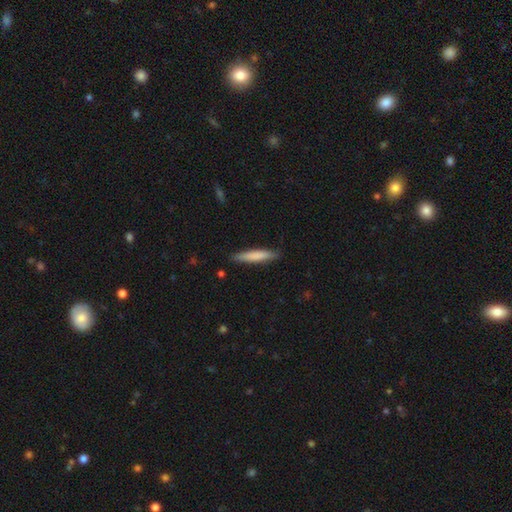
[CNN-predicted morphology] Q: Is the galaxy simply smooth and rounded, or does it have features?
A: smooth — 76%.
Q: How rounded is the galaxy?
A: cigar-shaped — 91%.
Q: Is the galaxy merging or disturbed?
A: none — 87%.